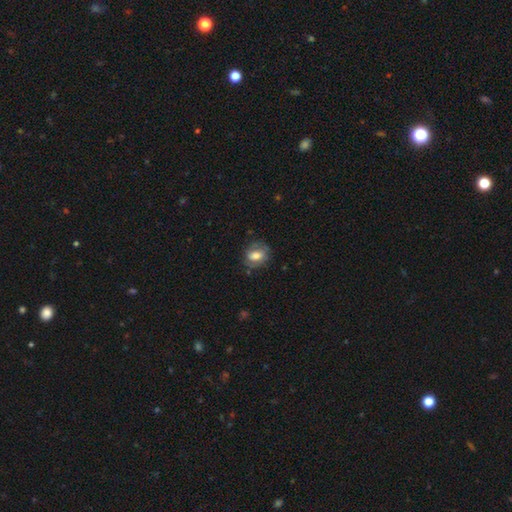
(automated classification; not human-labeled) A smooth galaxy with no disk features (57%) that is in between round and cigar-shaped (60%).

Vote fractions:
- Smooth or featured? smooth: 57% / featured or disk: 35% / star or artifact: 8%
- How rounded? in between: 60% / round: 38% / cigar-shaped: 2%
- Merging? none: 68% / minor disturbance: 21% / major disturbance: 9% / merger: 2%